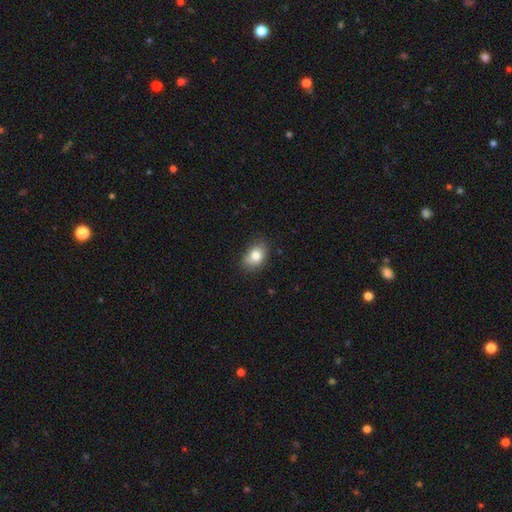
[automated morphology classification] Overall: smooth (81%). How rounded: in between (79%). Merging: none (78%).